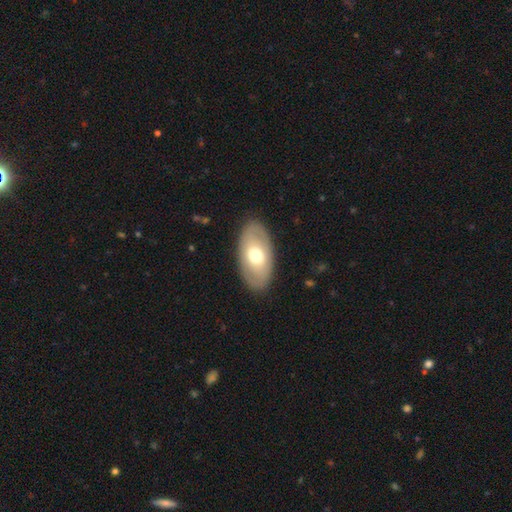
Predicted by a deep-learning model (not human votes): This is possibly a smooth galaxy (56%). How rounded: clearly in between (93%). Merging: clearly none (86%).